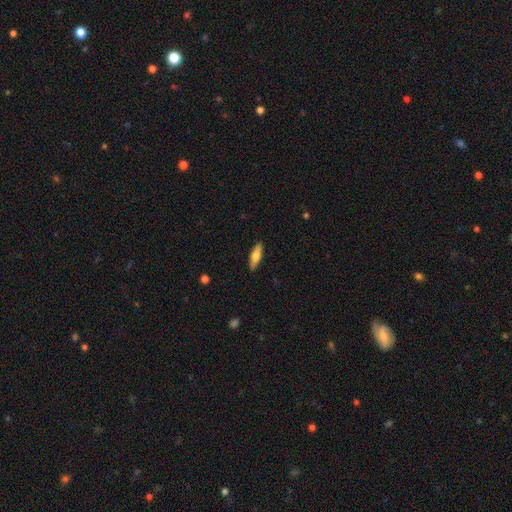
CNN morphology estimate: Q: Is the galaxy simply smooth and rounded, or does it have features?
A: smooth — 60%.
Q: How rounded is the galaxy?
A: cigar-shaped — 54%.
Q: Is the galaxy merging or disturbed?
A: none — 89%.